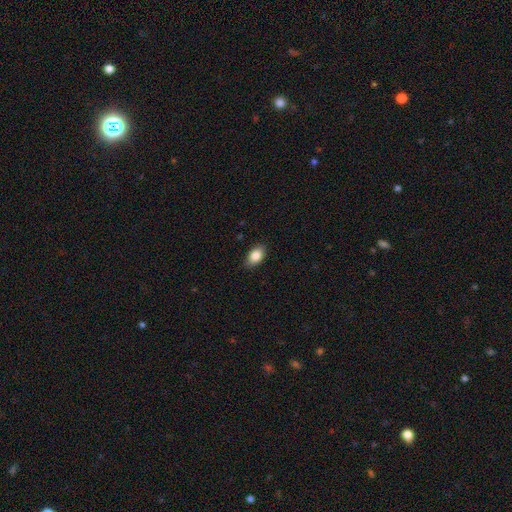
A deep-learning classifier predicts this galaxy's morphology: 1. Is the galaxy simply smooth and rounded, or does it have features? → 85% smooth, 7% featured or disk, 7% star or artifact.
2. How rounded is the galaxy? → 90% in between, 8% round, 2% cigar-shaped.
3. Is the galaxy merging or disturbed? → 86% none, 11% minor disturbance, 2% major disturbance, 1% merger.